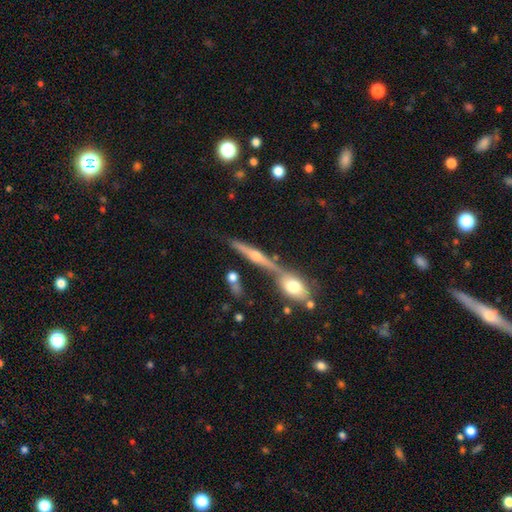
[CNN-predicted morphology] type=featured or disk (73%); edge-on=yes (95%); edge-on bulge=rounded (86%); merging=none (63%).